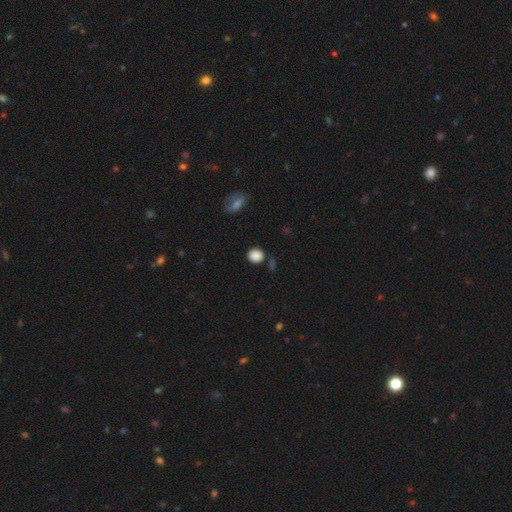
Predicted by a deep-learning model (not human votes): smooth-or-featured: smooth: 87% | star or artifact: 9% | featured or disk: 4%
  how-rounded: round: 80% | in between: 18% | cigar-shaped: 1%
  merging: none: 82% | minor disturbance: 10% | merger: 5% | major disturbance: 3%